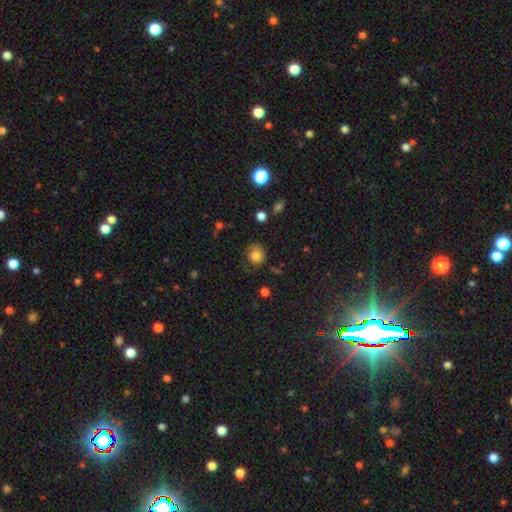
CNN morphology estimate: This is likely a smooth galaxy (80%). How rounded: likely round (75%). Merging: likely none (65%).